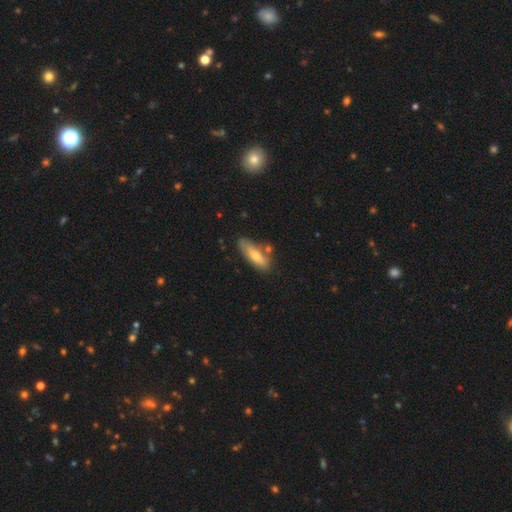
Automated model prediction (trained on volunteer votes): This is likely a smooth galaxy (66%). How rounded: possibly in between (53%). Merging: likely none (71%).